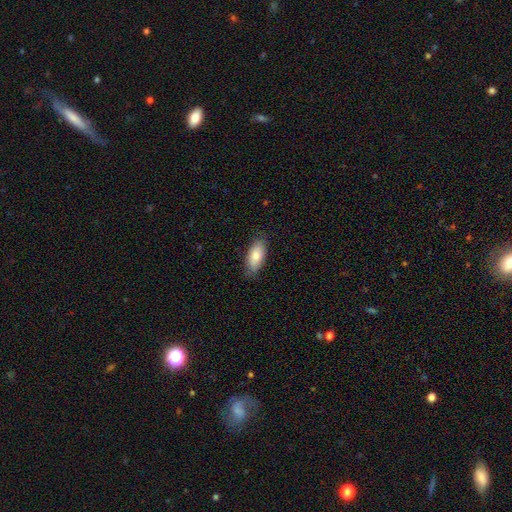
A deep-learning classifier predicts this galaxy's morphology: This appears to be a smooth galaxy with no disk features (80%) that is in between round and cigar-shaped (85%). Merging: none (82%).